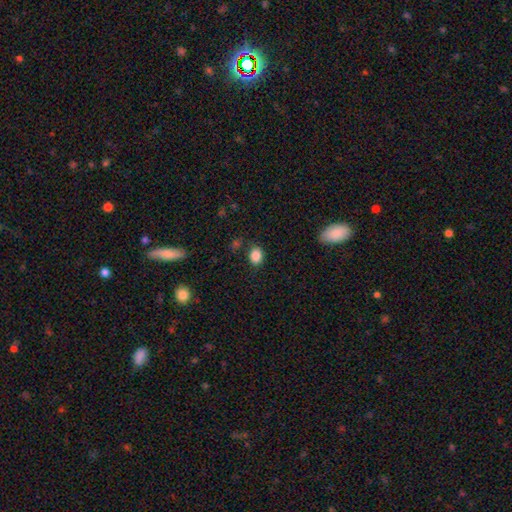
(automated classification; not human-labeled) This appears to be a smooth galaxy with no disk features (87%) that is in between round and cigar-shaped (51%). Merging: none (80%).